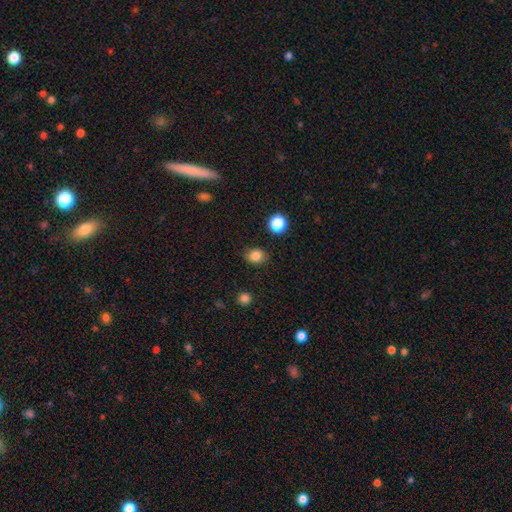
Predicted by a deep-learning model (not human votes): This appears to be a smooth galaxy with no disk features (84%) that is round (56%). Merging: none (82%).